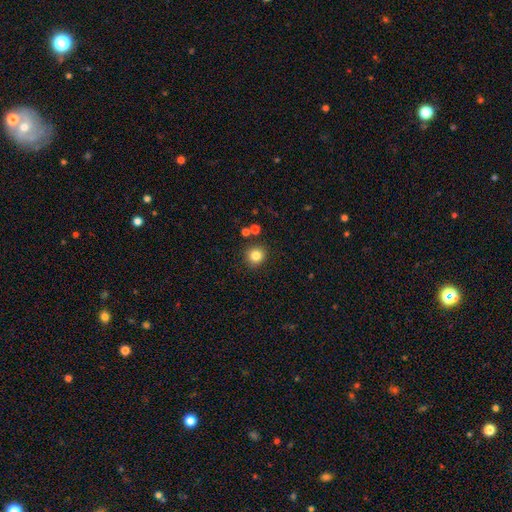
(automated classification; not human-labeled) The model was most divided on "smooth or featured": smooth: 82%, star or artifact: 12%, featured or disk: 6%. More confident: how rounded — round (90%); merging — none (86%).